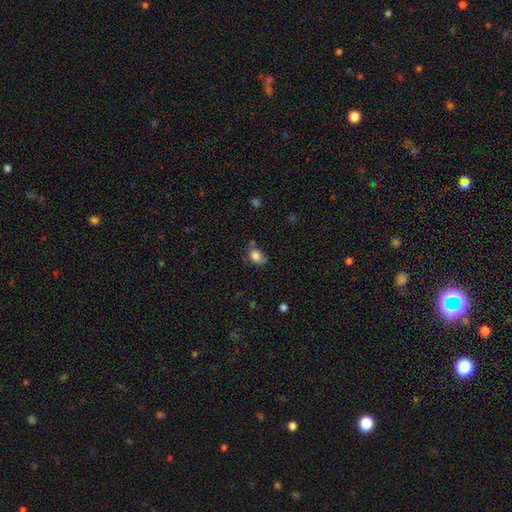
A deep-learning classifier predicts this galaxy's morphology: type=smooth (80%); roundness=in between (68%); merging=none (47%).